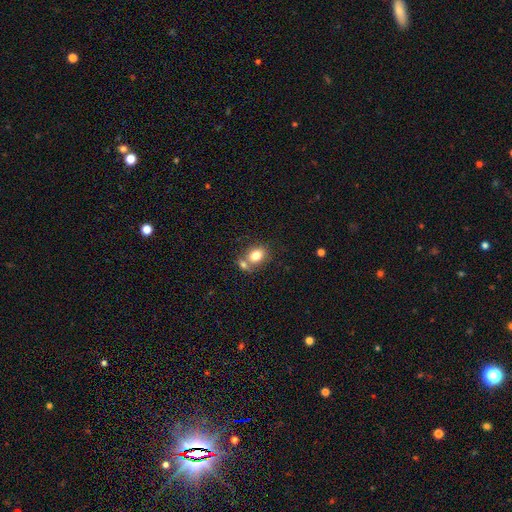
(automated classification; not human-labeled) smooth 79%, featured or disk 11%, star or artifact 10%. Down the decision tree: how rounded — in between (56%); merging — none (48%).